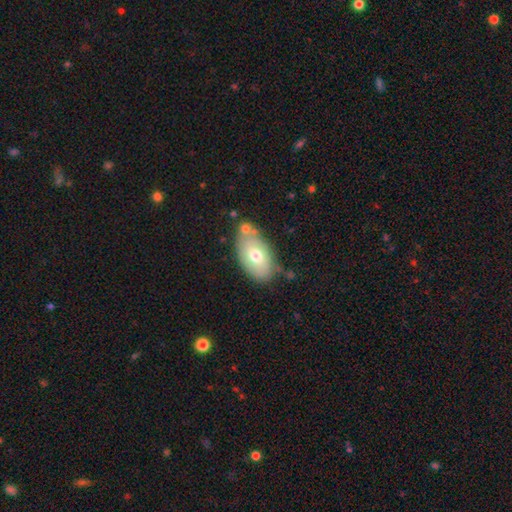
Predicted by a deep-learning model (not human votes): Smooth or featured? Predicted: smooth (p=0.65). How rounded? Predicted: in between (p=0.92). Merging? Predicted: none (p=0.60).